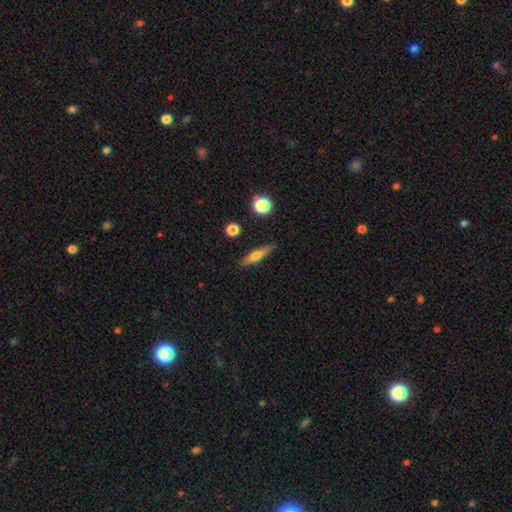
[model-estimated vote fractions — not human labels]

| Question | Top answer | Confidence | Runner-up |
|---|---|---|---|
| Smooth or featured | smooth | 51% | featured or disk (41%) |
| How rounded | cigar-shaped | 78% | in between (18%) |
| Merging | none | 85% | minor disturbance (11%) |